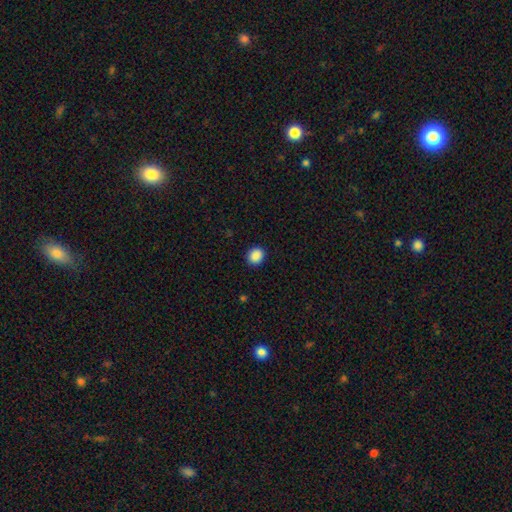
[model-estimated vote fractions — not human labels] Q: Smooth or featured?
A: smooth (89%); runner-up: star or artifact (9%)
Q: How rounded?
A: round (80%); runner-up: in between (19%)
Q: Merging?
A: none (91%); runner-up: minor disturbance (6%)